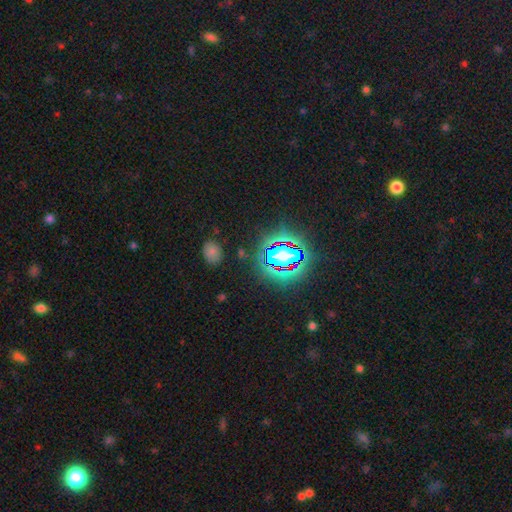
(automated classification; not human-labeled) Smooth or featured?
  - star or artifact: 79% *
  - smooth: 13%
  - featured or disk: 8%